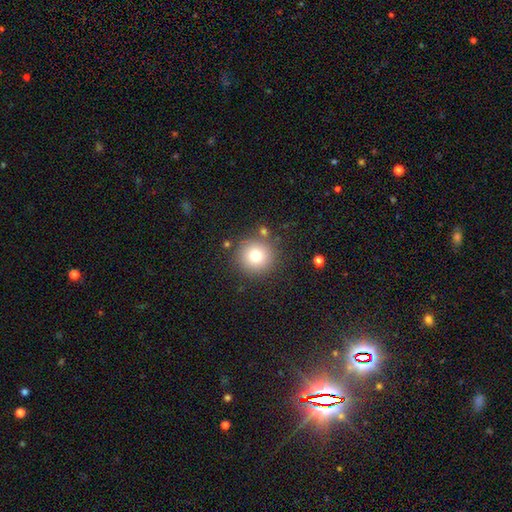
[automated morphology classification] smooth 77%, star or artifact 13%, featured or disk 10%. Down the decision tree: how rounded — round (94%); merging — none (85%).